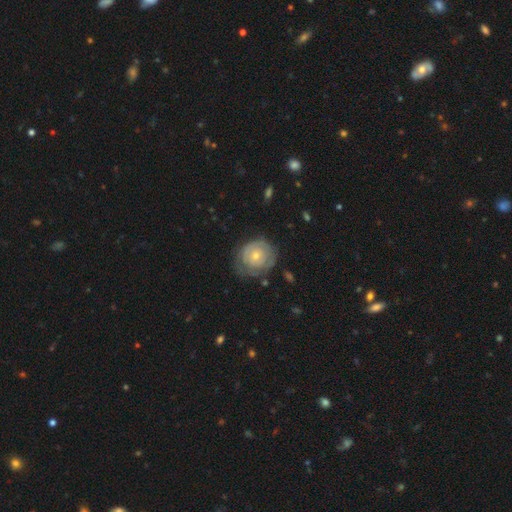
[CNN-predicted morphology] Smooth or featured? Predicted: featured or disk (p=0.53). Edge-on disk? Predicted: no (p=0.97). Bar? Predicted: no (p=0.85). Spiral arms? Predicted: yes (p=0.56). Bulge size? Predicted: small (p=0.61). Merging? Predicted: none (p=0.60).